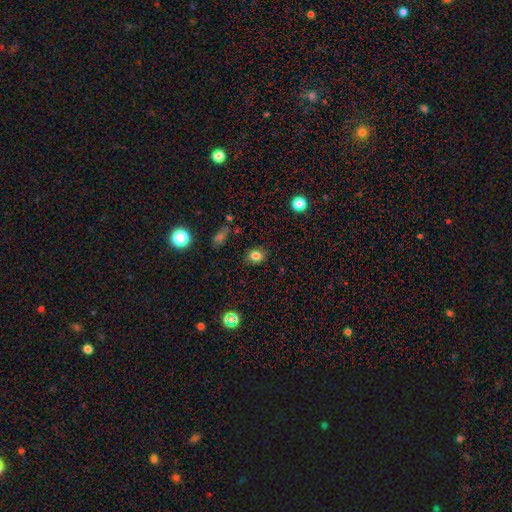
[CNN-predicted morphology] Smooth or featured? Predicted: smooth (p=0.80). How rounded? Predicted: in between (p=0.53). Merging? Predicted: none (p=0.84).